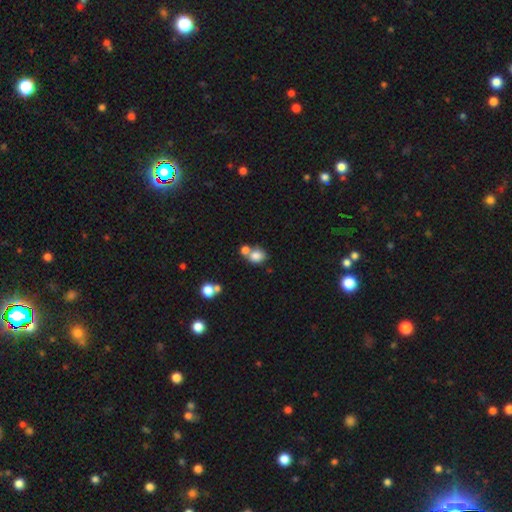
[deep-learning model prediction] A smooth galaxy with no disk features (81%) that is round (62%).

Vote fractions:
- Smooth or featured? smooth: 81% / star or artifact: 10% / featured or disk: 9%
- How rounded? round: 62% / in between: 37% / cigar-shaped: 1%
- Merging? none: 46% / merger: 40% / minor disturbance: 10% / major disturbance: 4%